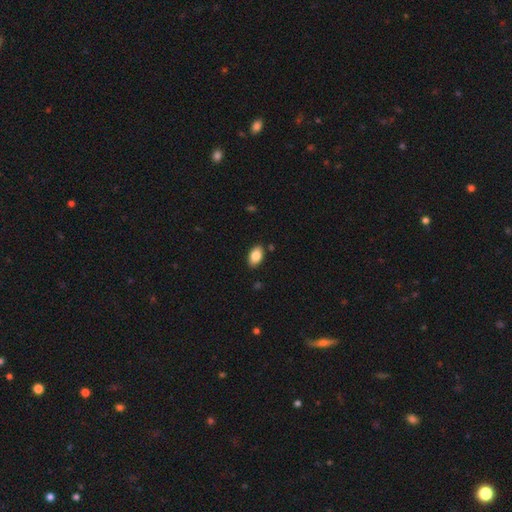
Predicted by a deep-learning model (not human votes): Q: Smooth or featured?
A: smooth (85%); runner-up: featured or disk (7%)
Q: How rounded?
A: in between (92%); runner-up: round (6%)
Q: Merging?
A: none (87%); runner-up: minor disturbance (10%)